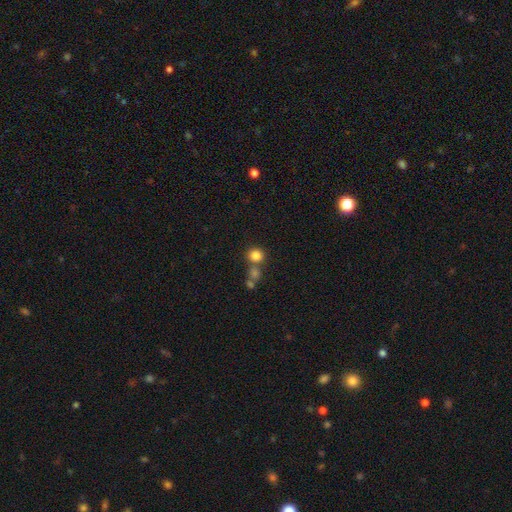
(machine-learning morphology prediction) Smooth or featured?
  - smooth: 81% *
  - star or artifact: 13%
  - featured or disk: 6%
How rounded?
  - round: 86% *
  - in between: 13%
  - cigar-shaped: 1%
Merging?
  - none: 62% *
  - merger: 26%
  - minor disturbance: 8%
  - major disturbance: 4%